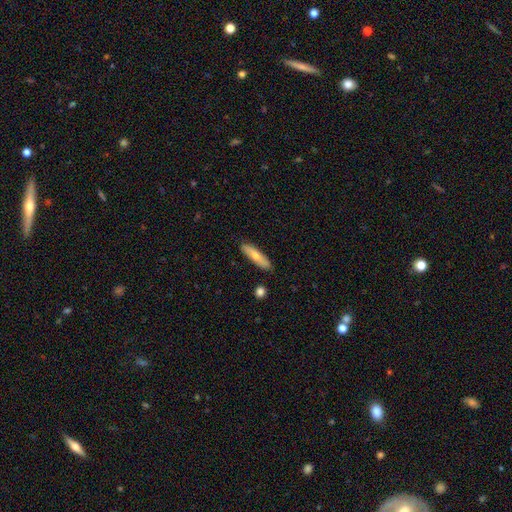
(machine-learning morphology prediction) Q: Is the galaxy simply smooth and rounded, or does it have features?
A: smooth — 68%.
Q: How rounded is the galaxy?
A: cigar-shaped — 72%.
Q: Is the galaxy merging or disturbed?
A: none — 86%.